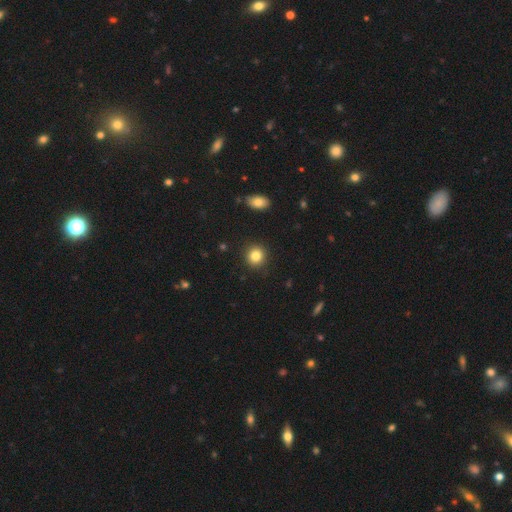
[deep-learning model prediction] This is clearly a smooth galaxy (84%). How rounded: clearly round (89%). Merging: clearly none (91%).